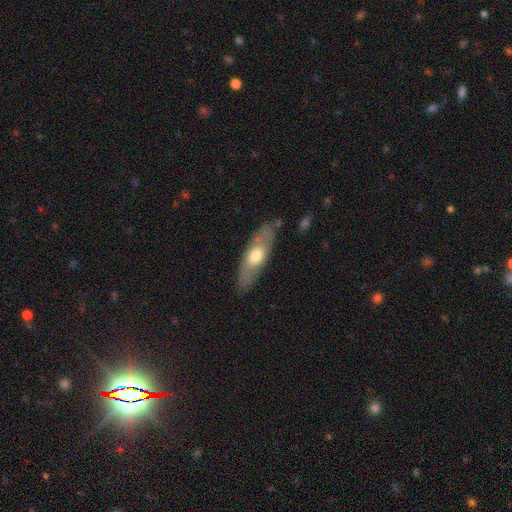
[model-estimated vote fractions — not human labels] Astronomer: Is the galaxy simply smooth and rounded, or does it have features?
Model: smooth — 52% (runner-up: featured or disk, 42%).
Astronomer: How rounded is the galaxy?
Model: in between — 56% (runner-up: cigar-shaped, 42%).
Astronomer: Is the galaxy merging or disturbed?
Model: none — 79%.